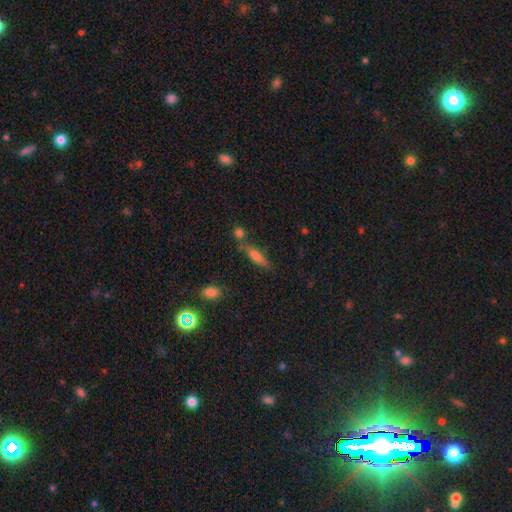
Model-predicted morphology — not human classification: A smooth galaxy with no disk features (63%) that is cigar-shaped (67%).

Vote fractions:
- Smooth or featured? smooth: 63% / featured or disk: 23% / star or artifact: 14%
- How rounded? cigar-shaped: 67% / in between: 29% / round: 4%
- Merging? none: 62% / merger: 19% / minor disturbance: 14% / major disturbance: 5%